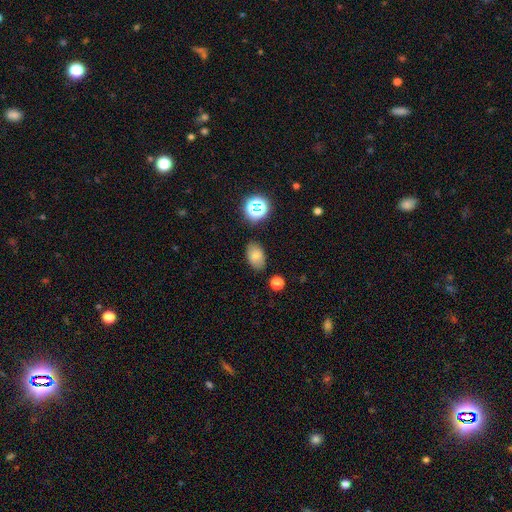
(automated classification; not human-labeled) The model was most divided on "smooth or featured": smooth: 76%, star or artifact: 12%, featured or disk: 12%. More confident: how rounded — in between (89%); merging — none (83%).